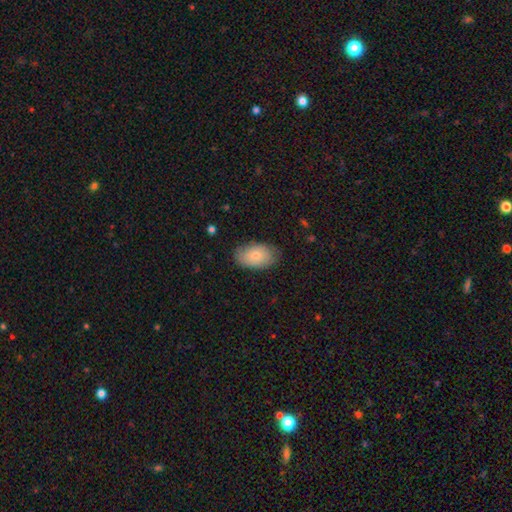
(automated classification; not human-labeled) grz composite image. It shows a smooth galaxy with no disk features (72%) that is in between round and cigar-shaped (92%). Merging: none (75%).